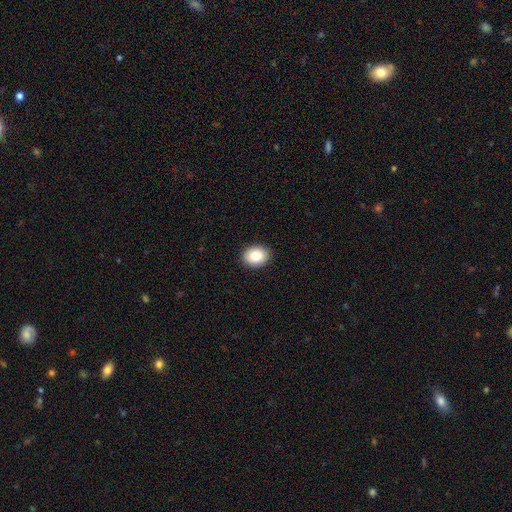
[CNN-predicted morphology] Q: Smooth or featured?
A: smooth (82%); runner-up: featured or disk (9%)
Q: How rounded?
A: in between (54%); runner-up: round (45%)
Q: Merging?
A: none (91%); runner-up: minor disturbance (7%)